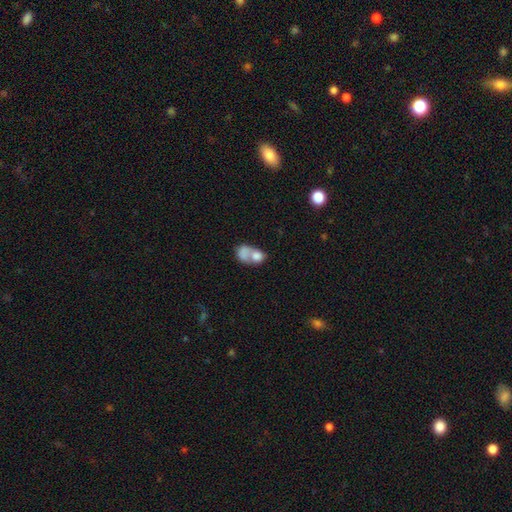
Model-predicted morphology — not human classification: smooth_or_featured: smooth (p=0.72) [alt: featured or disk p=0.20]
how_rounded: in between (p=0.61) [alt: round p=0.37]
merging: merger (p=0.72) [alt: none p=0.14]